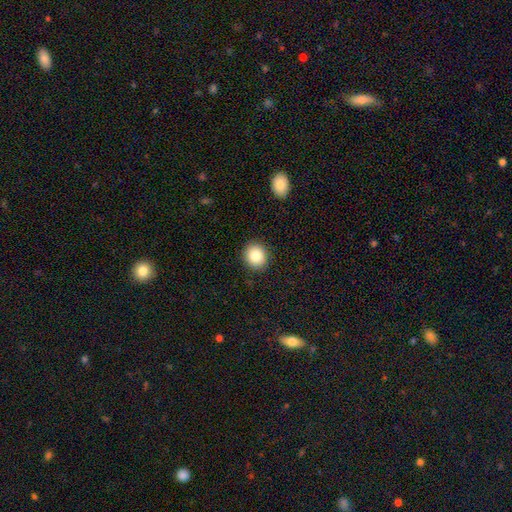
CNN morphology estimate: smooth-or-featured: smooth: 85% | star or artifact: 9% | featured or disk: 6%
  how-rounded: round: 82% | in between: 17% | cigar-shaped: 1%
  merging: none: 90% | minor disturbance: 6% | major disturbance: 2% | merger: 1%